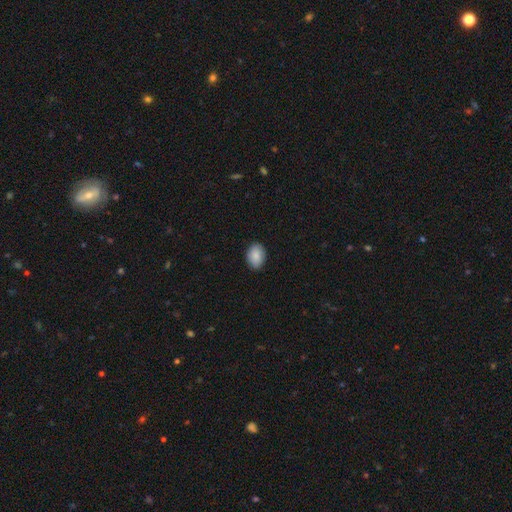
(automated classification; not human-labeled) smooth_or_featured: smooth (p=0.88) [alt: star or artifact p=0.07]
how_rounded: in between (p=0.79) [alt: round p=0.20]
merging: none (p=0.89) [alt: minor disturbance p=0.09]